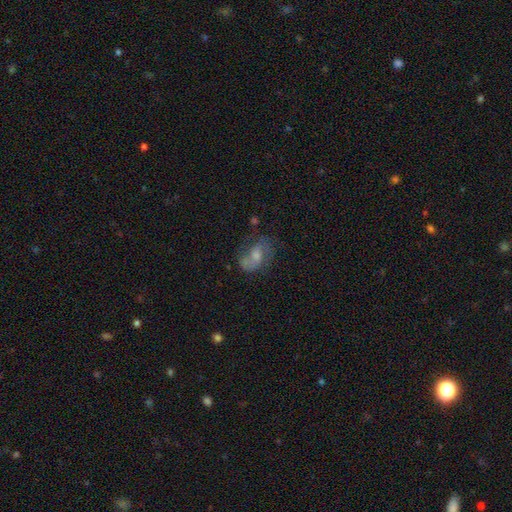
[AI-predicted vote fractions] A featured or disk galaxy (60%) with no bar (53%), spiral arms (83%) and a moderate central bulge (51%). Merging: none (63%).